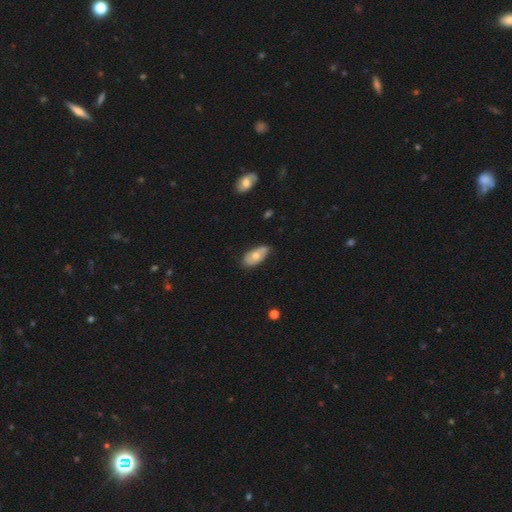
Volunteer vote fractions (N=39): smooth 54%, featured or disk 36%, star or artifact 10%. Down the decision tree: how rounded — in between (95%); merging — none (63%).